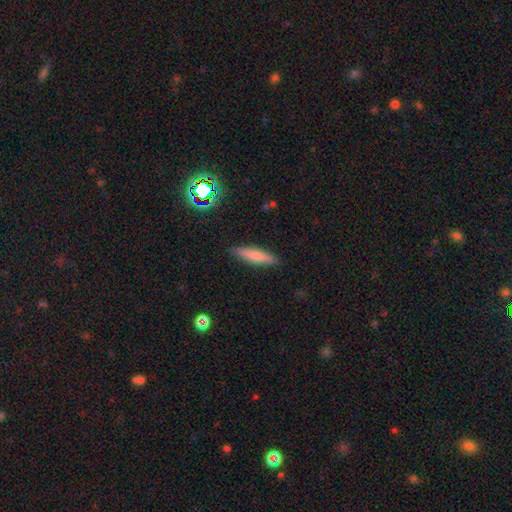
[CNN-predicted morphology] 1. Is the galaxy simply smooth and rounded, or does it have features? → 66% smooth, 26% featured or disk, 8% star or artifact.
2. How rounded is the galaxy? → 82% cigar-shaped, 16% in between, 2% round.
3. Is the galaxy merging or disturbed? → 88% none, 9% minor disturbance, 2% major disturbance, 1% merger.